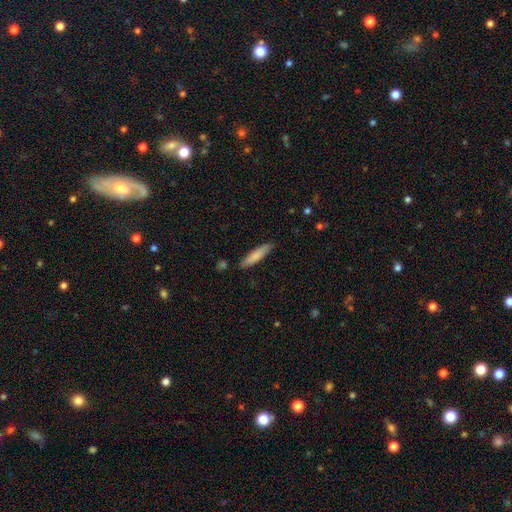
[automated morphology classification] Smooth or featured? Predicted: smooth (p=0.80). How rounded? Predicted: cigar-shaped (p=0.83). Merging? Predicted: none (p=0.85).